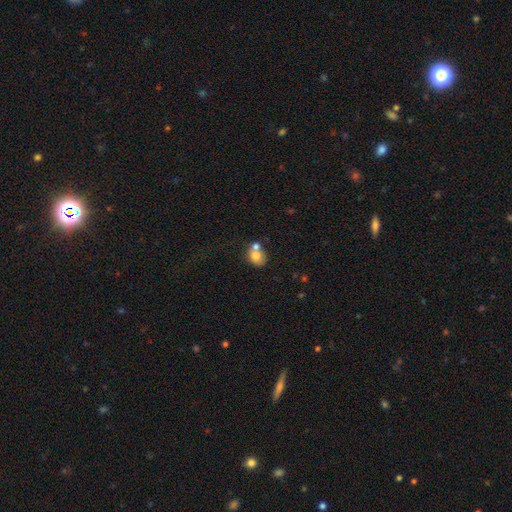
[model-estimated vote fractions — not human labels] This appears to be a smooth galaxy with no disk features (75%) that is round (59%). Merging: merger (48%).